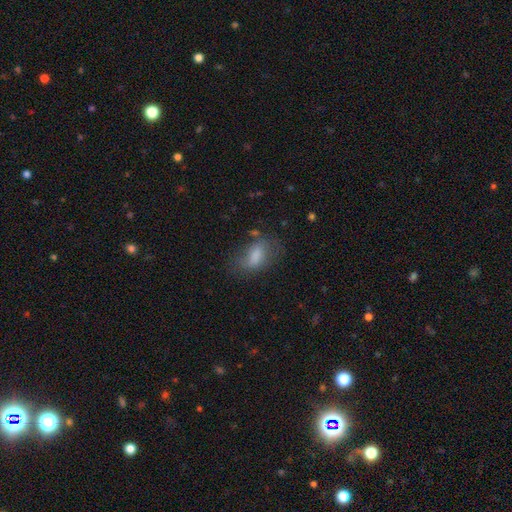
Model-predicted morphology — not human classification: Smooth or featured? smooth (70%)
How rounded? in between (86%)
Merging? none (49%)